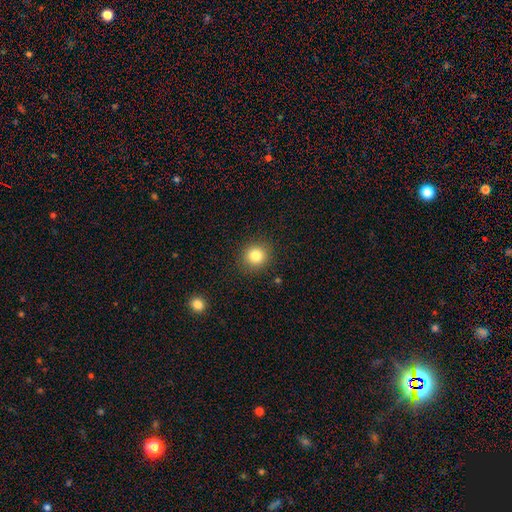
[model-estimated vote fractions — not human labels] Smooth or featured?
  - smooth: 83% *
  - star or artifact: 11%
  - featured or disk: 6%
How rounded?
  - round: 88% *
  - in between: 11%
  - cigar-shaped: 1%
Merging?
  - none: 90% *
  - minor disturbance: 7%
  - major disturbance: 2%
  - merger: 1%